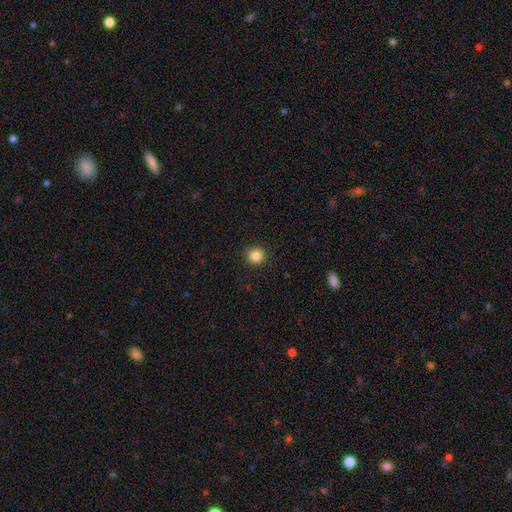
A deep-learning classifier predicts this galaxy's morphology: smooth_or_featured: smooth (p=0.85) [alt: star or artifact p=0.11]
how_rounded: round (p=0.89) [alt: in between p=0.10]
merging: none (p=0.91) [alt: minor disturbance p=0.06]